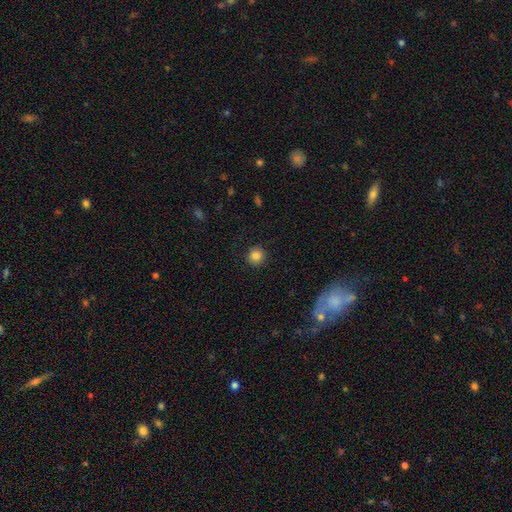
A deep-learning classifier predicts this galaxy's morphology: This appears to be a smooth galaxy with no disk features (84%) that is round (93%). Merging: none (91%).